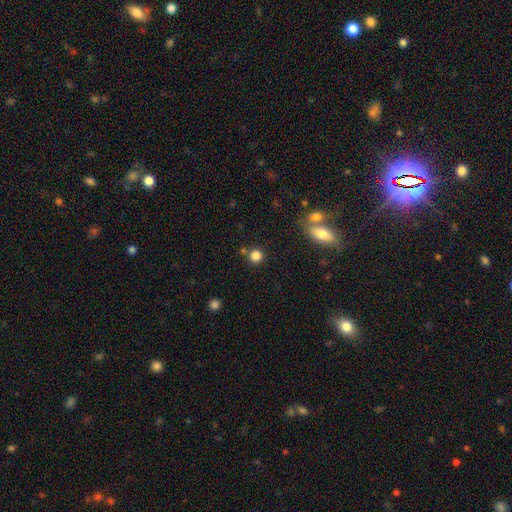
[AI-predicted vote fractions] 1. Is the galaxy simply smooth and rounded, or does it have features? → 83% smooth, 12% star or artifact, 5% featured or disk.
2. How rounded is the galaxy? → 92% round, 7% in between, 1% cigar-shaped.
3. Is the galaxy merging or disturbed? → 78% none, 11% merger, 8% minor disturbance, 3% major disturbance.